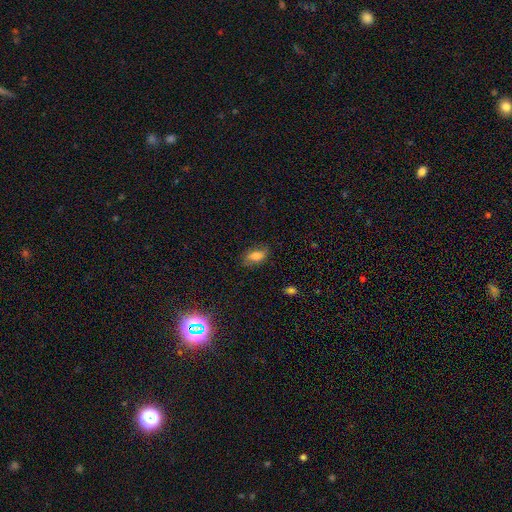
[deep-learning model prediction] Smooth or featured? Predicted: smooth (p=0.65). How rounded? Predicted: in between (p=0.87). Merging? Predicted: none (p=0.75).